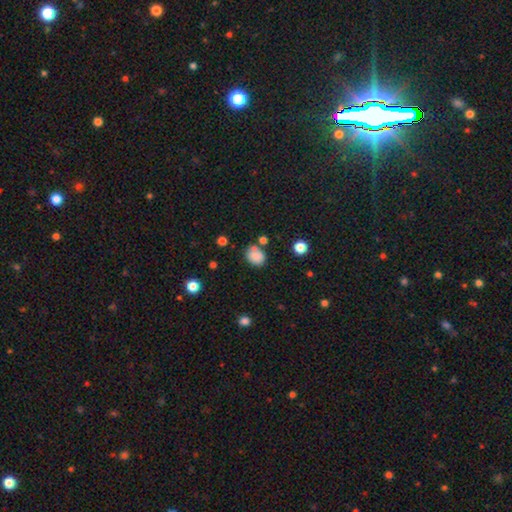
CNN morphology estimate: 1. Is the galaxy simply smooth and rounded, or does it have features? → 82% smooth, 11% star or artifact, 6% featured or disk.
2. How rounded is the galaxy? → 51% round, 48% in between, 1% cigar-shaped.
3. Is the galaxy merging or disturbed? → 66% none, 16% minor disturbance, 12% merger, 5% major disturbance.